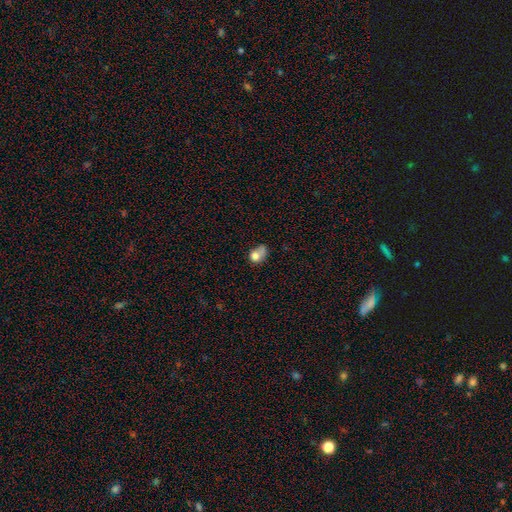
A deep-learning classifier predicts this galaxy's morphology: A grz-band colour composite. It shows a smooth galaxy with no disk features (73%) that is in between round and cigar-shaped (58%). Merging: minor disturbance (28%).